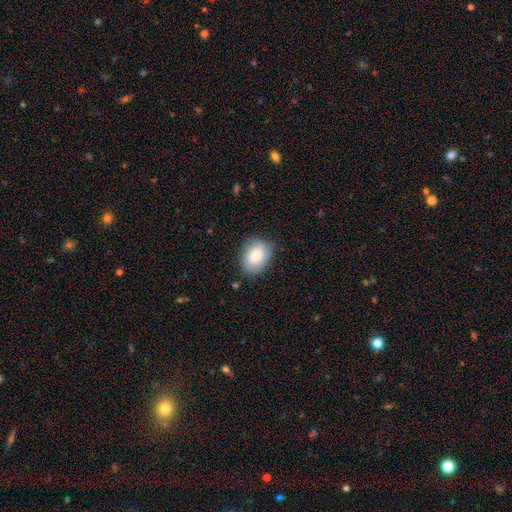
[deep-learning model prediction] Smooth or featured: smooth — 82% (featured or disk — 11%)
How rounded: in between — 71% (round — 28%)
Merging: none — 79% (minor disturbance — 16%)